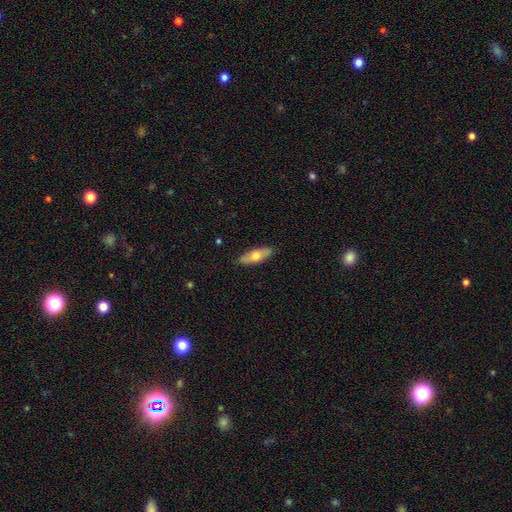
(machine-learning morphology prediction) smooth 62%, featured or disk 33%, star or artifact 6%. Down the decision tree: how rounded — in between (63%); merging — none (87%).